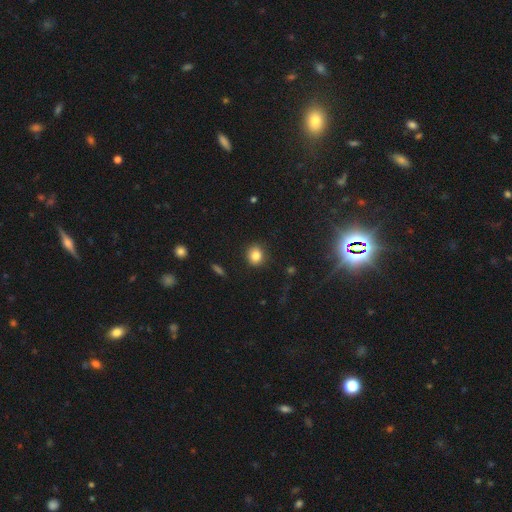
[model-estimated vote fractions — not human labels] Smooth or featured? smooth (83%)
How rounded? round (77%)
Merging? none (87%)